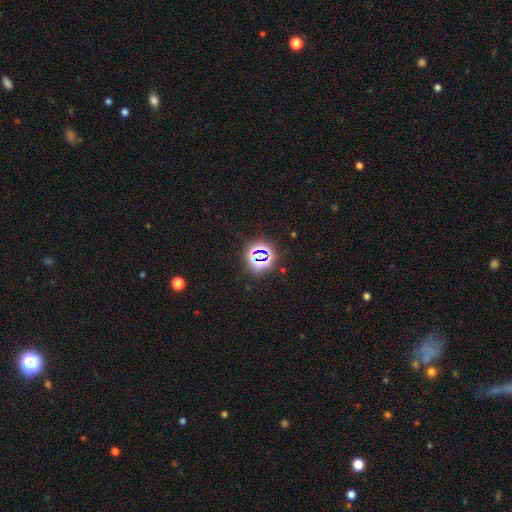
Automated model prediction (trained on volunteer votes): Q: Smooth or featured?
A: star or artifact (75%); runner-up: smooth (16%)